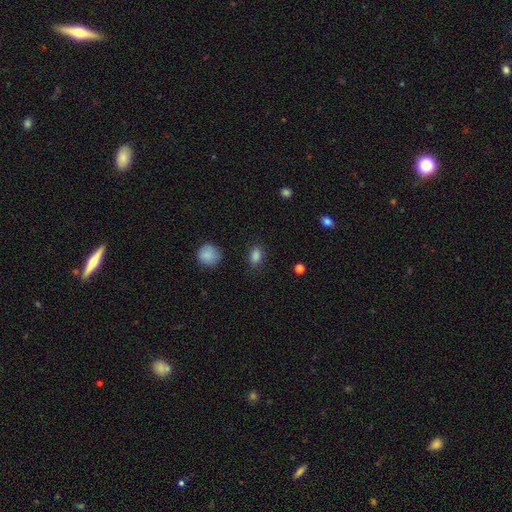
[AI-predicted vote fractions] A smooth galaxy with no disk features (86%) that is in between round and cigar-shaped (77%).

Vote fractions:
- Smooth or featured? smooth: 86% / star or artifact: 10% / featured or disk: 4%
- How rounded? in between: 77% / round: 21% / cigar-shaped: 2%
- Merging? none: 83% / minor disturbance: 12% / major disturbance: 4% / merger: 2%